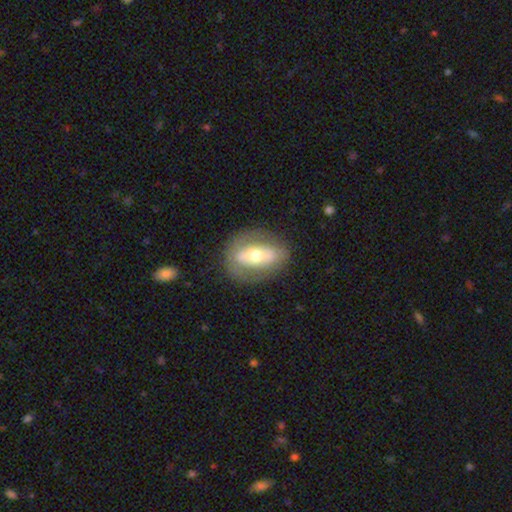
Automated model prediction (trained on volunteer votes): This is possibly a featured or disk galaxy (51%). It is clearly not viewed edge-on (88%). Merging: likely none (77%).